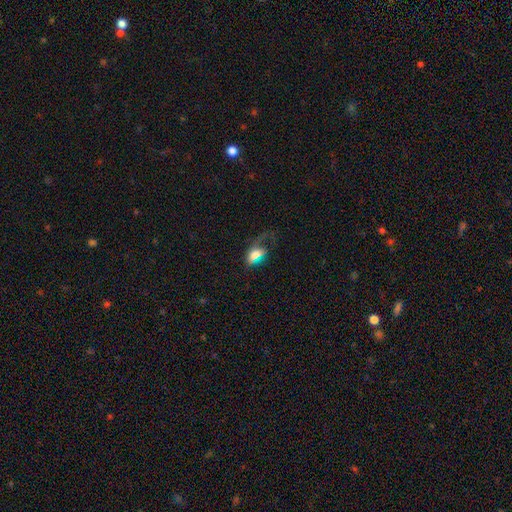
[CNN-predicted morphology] Smooth or featured? smooth (62%)
How rounded? in between (83%)
Merging? major disturbance (51%)